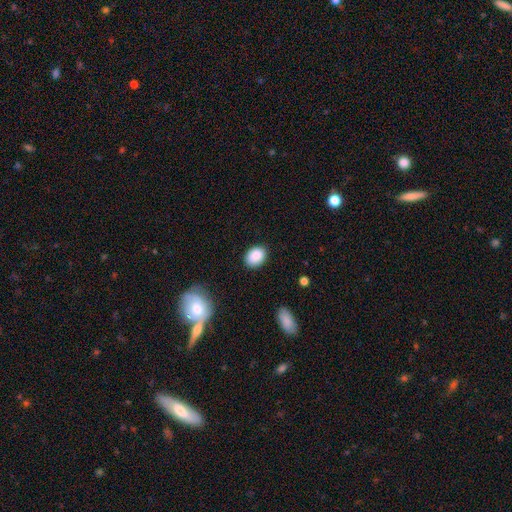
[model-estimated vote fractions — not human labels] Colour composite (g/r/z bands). It shows a smooth galaxy with no disk features (89%) that is in between round and cigar-shaped (70%). Merging: none (85%).